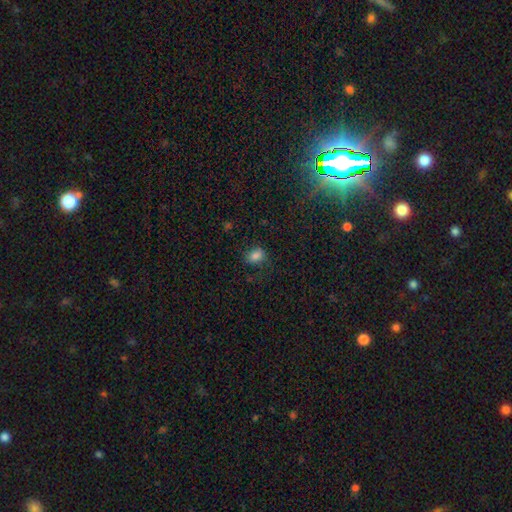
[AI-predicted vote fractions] Smooth or featured? Predicted: smooth (p=0.82). How rounded? Predicted: in between (p=0.66). Merging? Predicted: none (p=0.71).